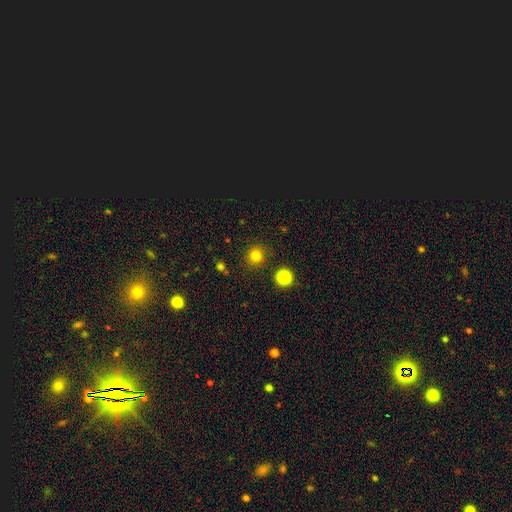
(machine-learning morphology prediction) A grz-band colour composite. It shows a smooth galaxy with no disk features (79%) that is round (91%). Merging: none (87%).